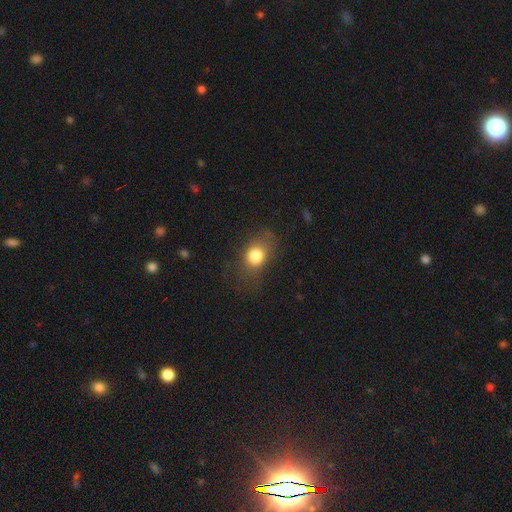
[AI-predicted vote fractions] This is likely a smooth galaxy (79%). How rounded: possibly round (50%). Merging: likely none (62%).